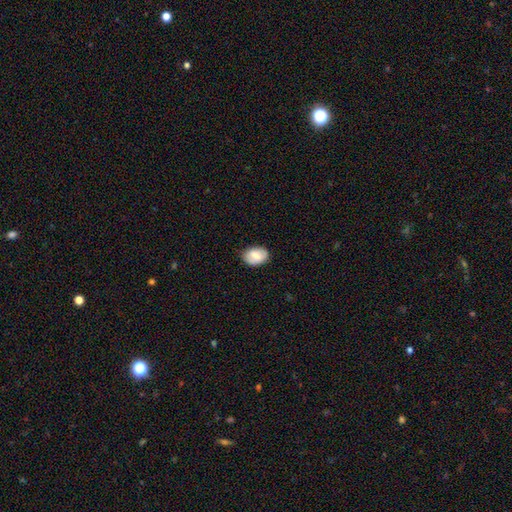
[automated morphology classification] smooth_or_featured: smooth (p=0.77) [alt: featured or disk p=0.16]
how_rounded: in between (p=0.84) [alt: round p=0.15]
merging: none (p=0.82) [alt: minor disturbance p=0.15]